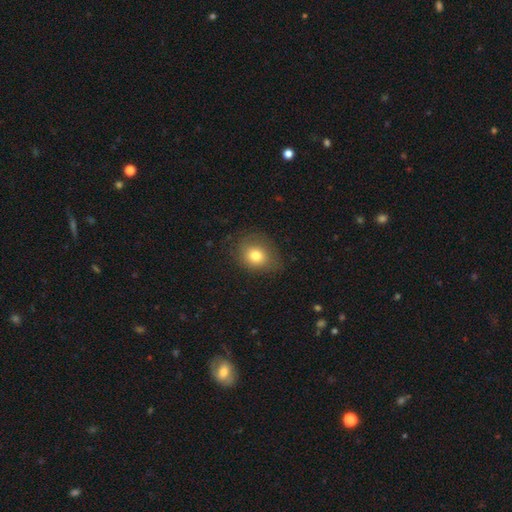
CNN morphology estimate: Smooth or featured: smooth — 77% (featured or disk — 13%)
How rounded: round — 59% (in between — 40%)
Merging: none — 76% (minor disturbance — 17%)